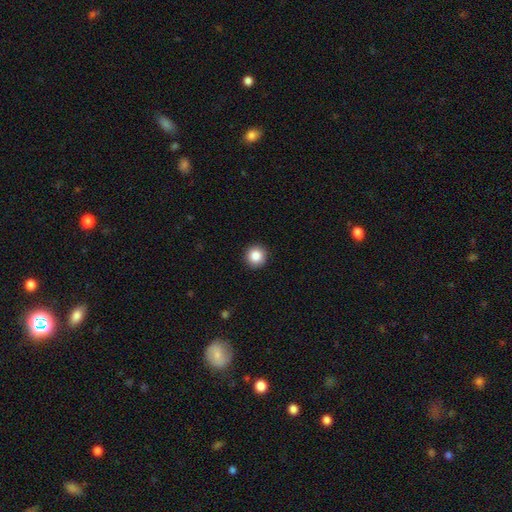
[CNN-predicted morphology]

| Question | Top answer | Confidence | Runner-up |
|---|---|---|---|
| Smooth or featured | smooth | 87% | star or artifact (9%) |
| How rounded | round | 95% | in between (4%) |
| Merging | none | 93% | minor disturbance (5%) |